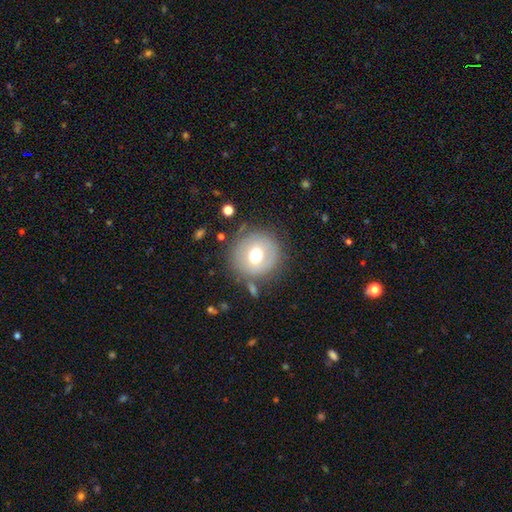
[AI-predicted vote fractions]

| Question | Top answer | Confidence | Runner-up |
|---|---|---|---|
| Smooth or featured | smooth | 65% | featured or disk (24%) |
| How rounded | round | 94% | in between (5%) |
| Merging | none | 78% | minor disturbance (12%) |